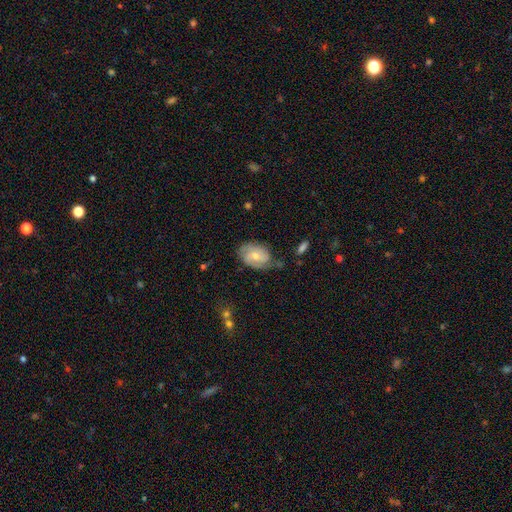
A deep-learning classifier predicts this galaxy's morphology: Overall: featured or disk (54%; smooth 39%). Edge-on disk: no (96%). Bar: no (56%; weak 37%). Spiral arms: yes (82%). Bulge size: moderate (49%; small 45%). Merging: none (61%; minor disturbance 27%).